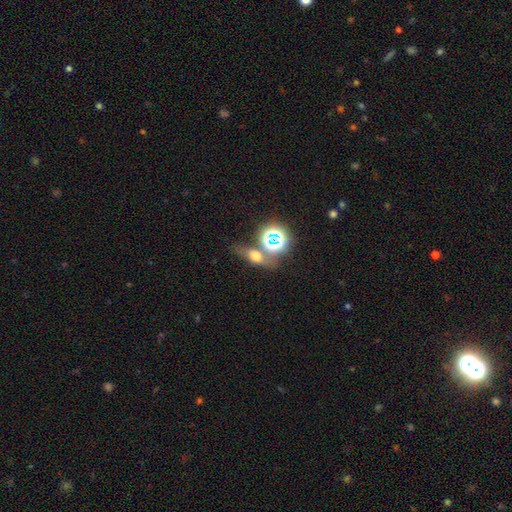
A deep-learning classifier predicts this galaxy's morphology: A smooth galaxy with no disk features (49%). Merging: none (58%).